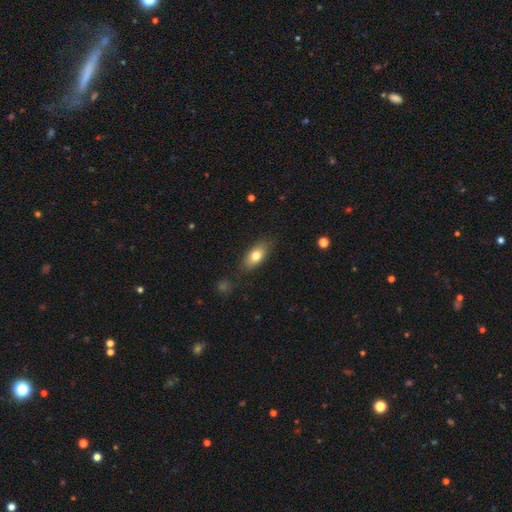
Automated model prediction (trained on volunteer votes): The model was most divided on "smooth or featured": smooth: 76%, featured or disk: 17%, star or artifact: 7%. More confident: how rounded — in between (85%); merging — none (80%).